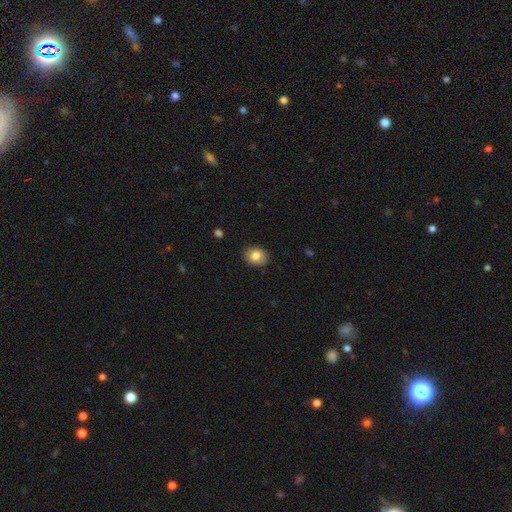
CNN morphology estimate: This appears to be a smooth galaxy with no disk features (82%) that is in between round and cigar-shaped (58%). Merging: none (86%).